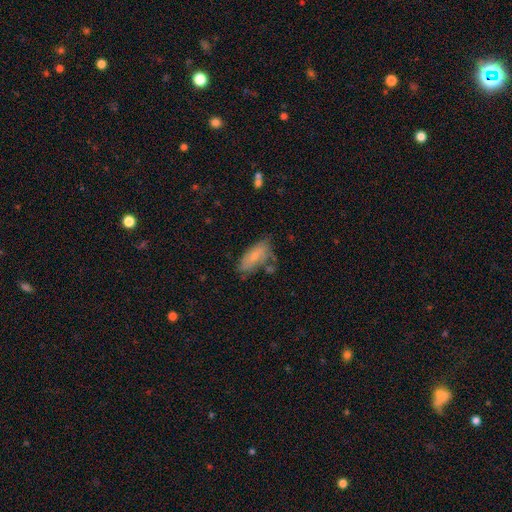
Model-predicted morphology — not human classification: type=smooth (71%); roundness=in between (82%); merging=none (57%).